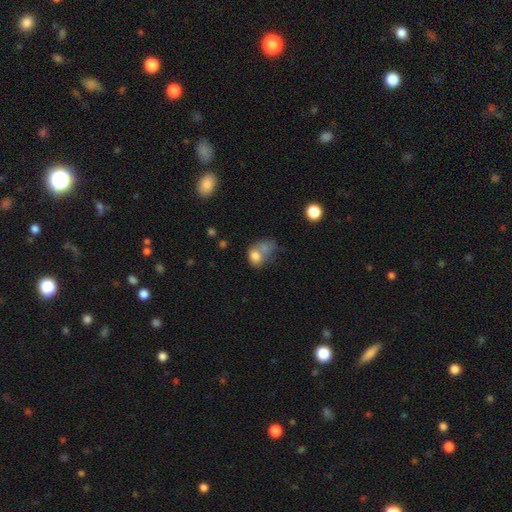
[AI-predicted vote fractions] Smooth or featured? smooth (74%)
How rounded? in between (66%)
Merging? merger (52%)